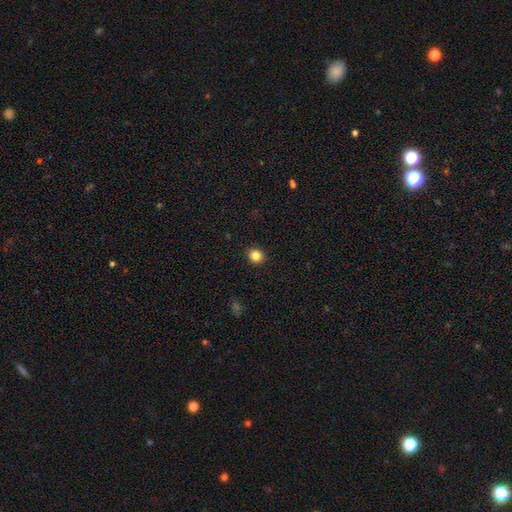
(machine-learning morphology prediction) Overall: smooth (84%). How rounded: round (87%). Merging: none (93%).